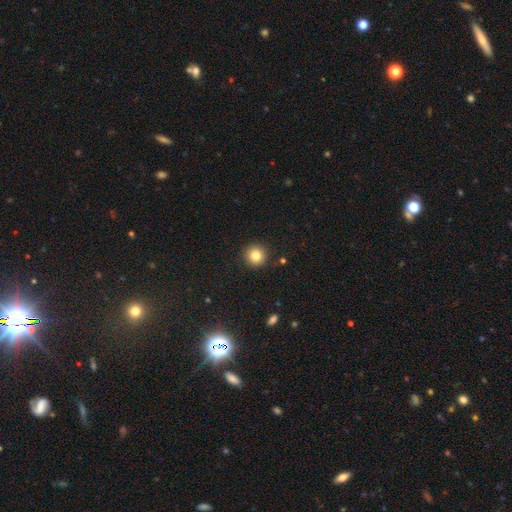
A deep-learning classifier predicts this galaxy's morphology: A smooth galaxy with no disk features (82%) that is round (95%).

Vote fractions:
- Smooth or featured? smooth: 82% / star or artifact: 11% / featured or disk: 7%
- How rounded? round: 95% / in between: 4% / cigar-shaped: 1%
- Merging? none: 92% / minor disturbance: 5% / major disturbance: 2% / merger: 1%